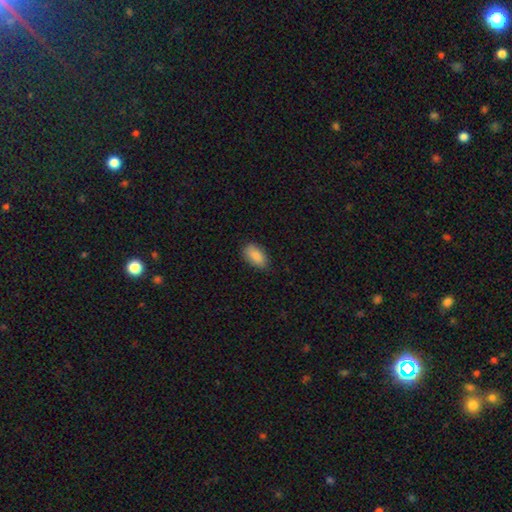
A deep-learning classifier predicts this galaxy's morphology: smooth_or_featured: smooth (p=0.88) [alt: star or artifact p=0.07]
how_rounded: in between (p=0.92) [alt: round p=0.04]
merging: none (p=0.82) [alt: minor disturbance p=0.15]